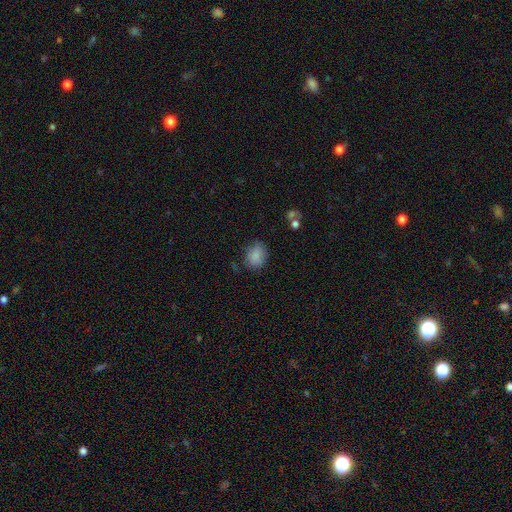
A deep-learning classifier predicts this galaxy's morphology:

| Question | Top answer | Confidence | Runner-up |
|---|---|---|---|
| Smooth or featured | smooth | 86% | star or artifact (8%) |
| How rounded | in between | 53% | round (46%) |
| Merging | none | 73% | minor disturbance (19%) |